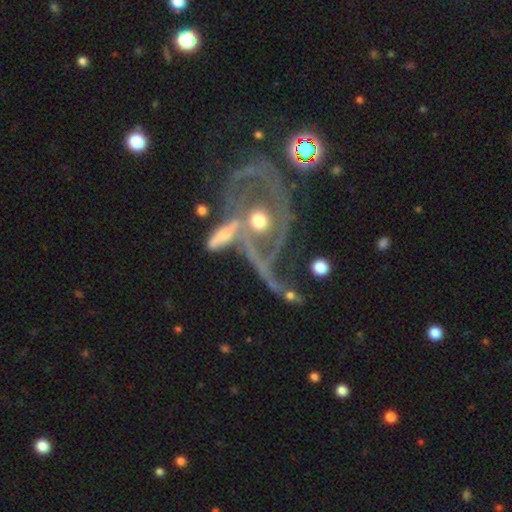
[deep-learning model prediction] Smooth or featured?
  - featured or disk: 86% *
  - star or artifact: 8%
  - smooth: 6%
Edge-on disk?
  - no: 96% *
  - yes: 4%
Bar?
  - no: 57% *
  - weak: 28%
  - strong: 15%
Spiral arms?
  - yes: 87% *
  - no: 13%
Spiral winding?
  - medium: 41% *
  - loose: 37%
  - tight: 22%
Spiral arm count?
  - 2: 57% *
  - can't tell: 15%
  - 1: 13%
  - 3: 8%
  - 4: 4%
  - more than 4: 4%
Bulge size?
  - moderate: 52% *
  - small: 41%
  - large: 3%
  - none: 3%
  - dominant: 2%
Merging?
  - merger: 38% *
  - major disturbance: 26%
  - none: 23%
  - minor disturbance: 13%